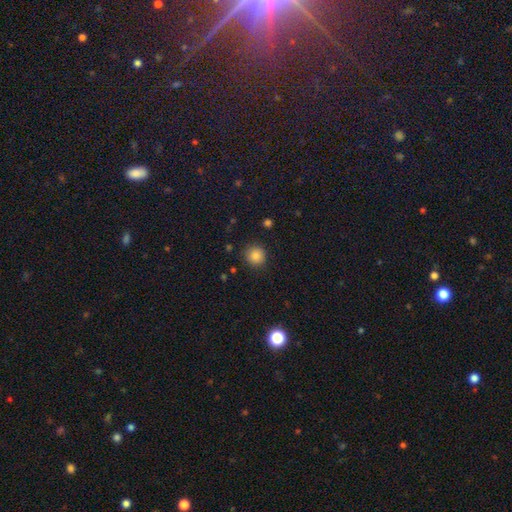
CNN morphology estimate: Overall: smooth (84%). How rounded: round (93%). Merging: none (88%).